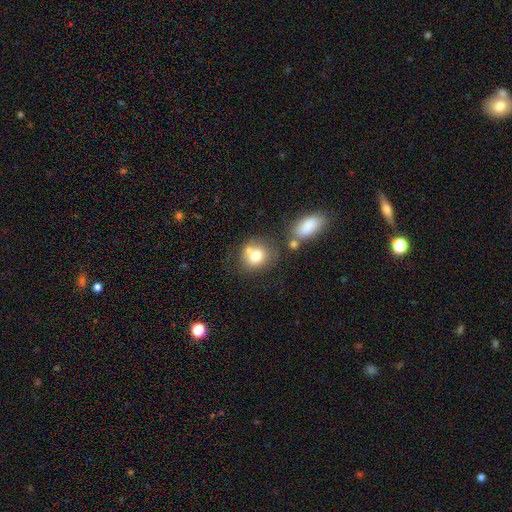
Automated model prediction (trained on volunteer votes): The model was most divided on "merging": none: 49%, merger: 30%, minor disturbance: 15%, major disturbance: 6%. More confident: smooth or featured — smooth (75%); how rounded — round (74%).